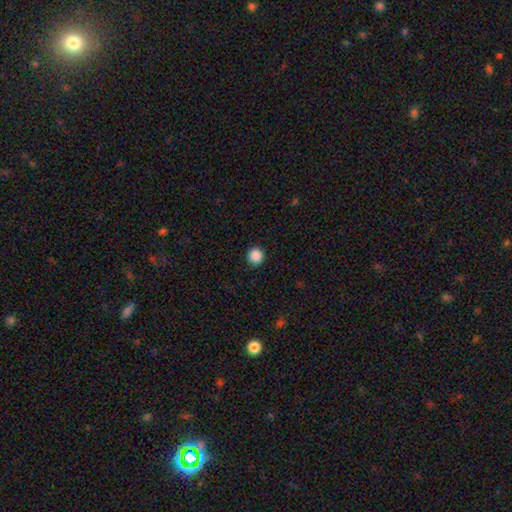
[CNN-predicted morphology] A smooth galaxy with no disk features (88%) that is round (92%). Merging: none (92%).